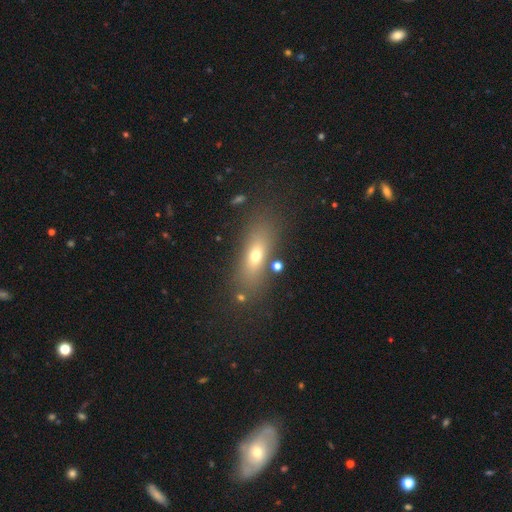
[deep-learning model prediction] A smooth galaxy with no disk features (64%) that is in between round and cigar-shaped (60%).

Vote fractions:
- Smooth or featured? smooth: 64% / featured or disk: 23% / star or artifact: 13%
- How rounded? in between: 60% / cigar-shaped: 33% / round: 8%
- Merging? none: 78% / minor disturbance: 11% / major disturbance: 6% / merger: 5%